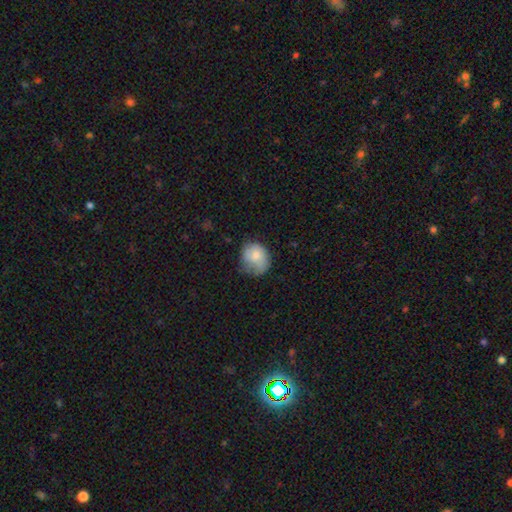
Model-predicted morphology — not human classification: Smooth or featured: smooth — 73% (featured or disk — 20%)
How rounded: round — 67% (in between — 32%)
Merging: none — 51% (minor disturbance — 34%)